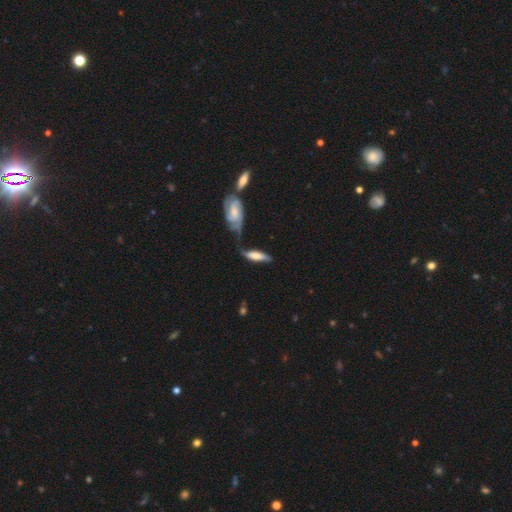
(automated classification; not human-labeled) Morphology: type=smooth (53%); roundness=cigar-shaped (50%); merging=none (42%).